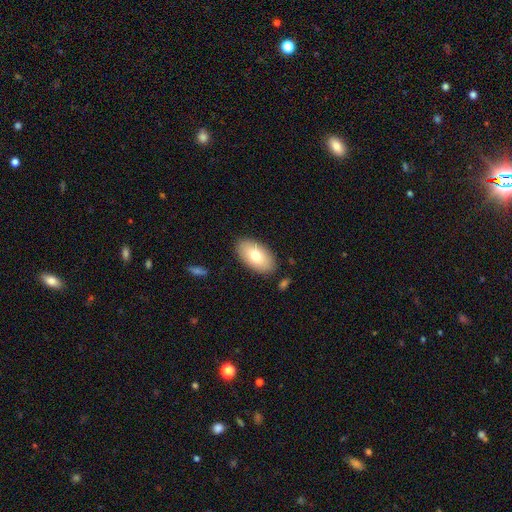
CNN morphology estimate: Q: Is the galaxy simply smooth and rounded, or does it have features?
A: smooth — 75%.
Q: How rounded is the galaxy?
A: in between — 95%.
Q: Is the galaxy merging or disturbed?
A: none — 87%.